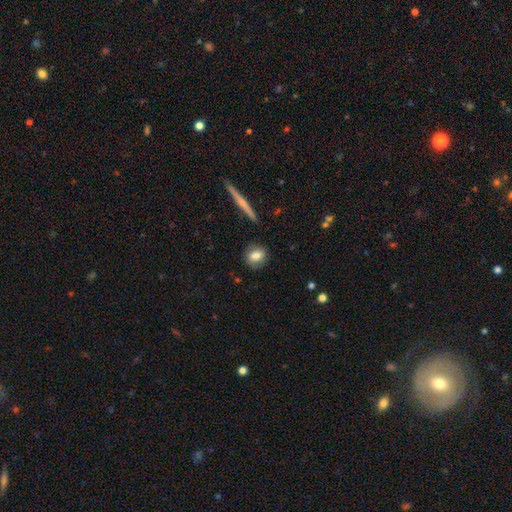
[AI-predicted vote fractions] Morphology: type=smooth (78%); roundness=round (54%); merging=none (84%).